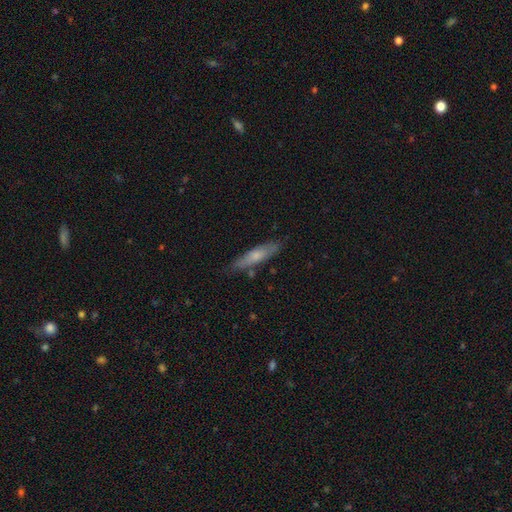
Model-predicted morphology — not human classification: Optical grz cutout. It shows a smooth galaxy with no disk features (59%) that is cigar-shaped (81%). Merging: none (78%).